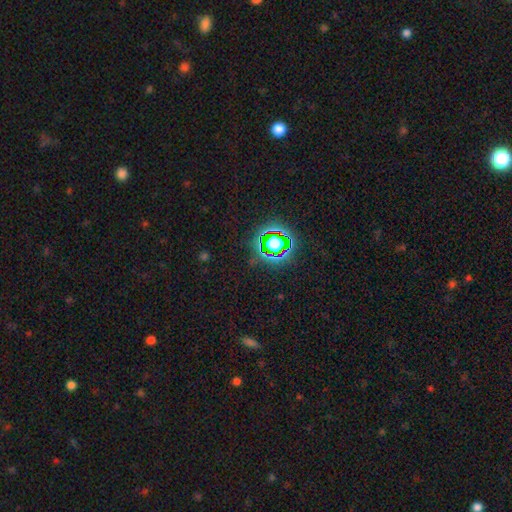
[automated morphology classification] smooth-or-featured: star or artifact: 79% | smooth: 14% | featured or disk: 7%